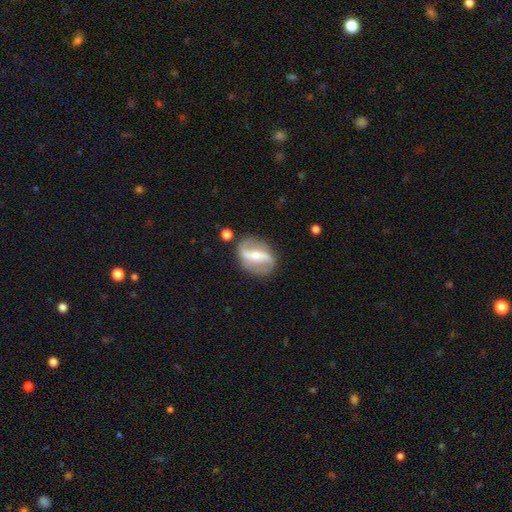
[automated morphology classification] A featured or disk galaxy (76%) with a strong bar (68%), spiral arms (69%) and a moderate central bulge (47%). Merging: none (81%).